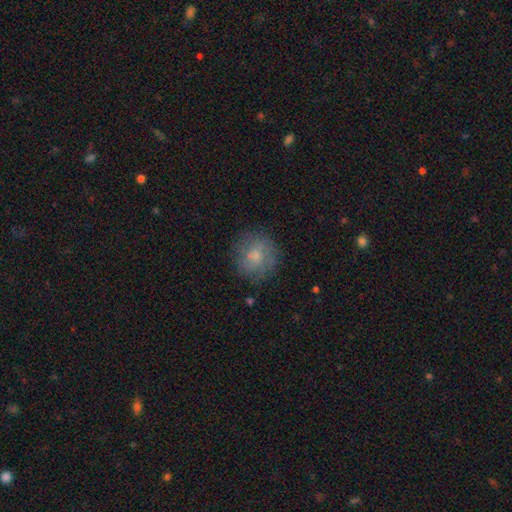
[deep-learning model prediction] Smooth or featured?
  - smooth: 62% *
  - featured or disk: 28%
  - star or artifact: 10%
How rounded?
  - round: 86% *
  - in between: 13%
  - cigar-shaped: 1%
Merging?
  - none: 73% *
  - minor disturbance: 17%
  - major disturbance: 8%
  - merger: 2%